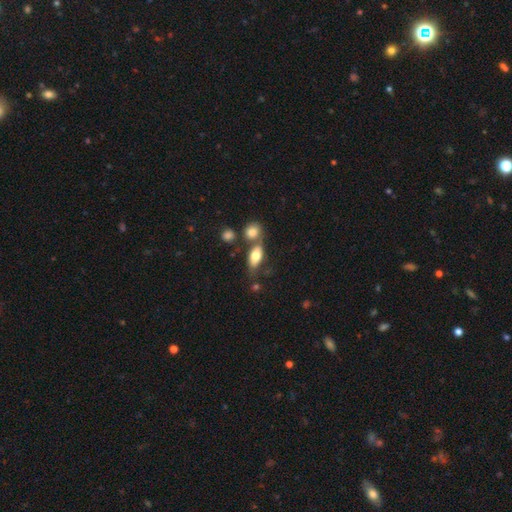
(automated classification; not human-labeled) This appears to be a smooth galaxy with no disk features (74%) that is in between round and cigar-shaped (83%). Merging: none (52%).